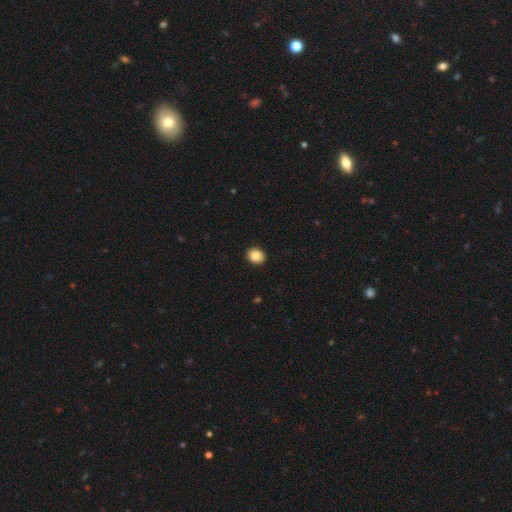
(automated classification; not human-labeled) The model was most divided on "how rounded": round: 69%, in between: 30%, cigar-shaped: 1%. More confident: merging — none (92%); smooth or featured — smooth (86%).